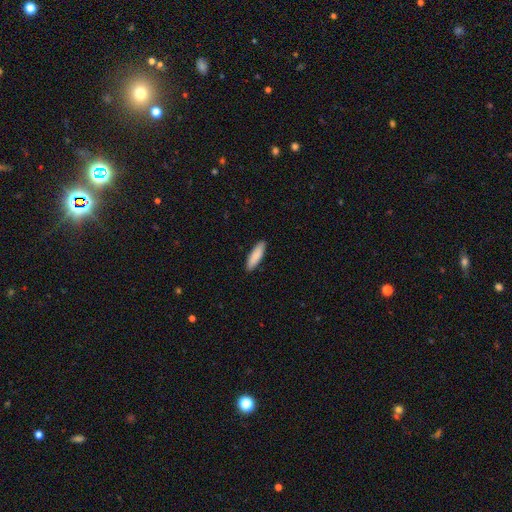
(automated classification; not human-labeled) This appears to be a smooth galaxy with no disk features (88%) that is cigar-shaped (62%). Merging: none (90%).